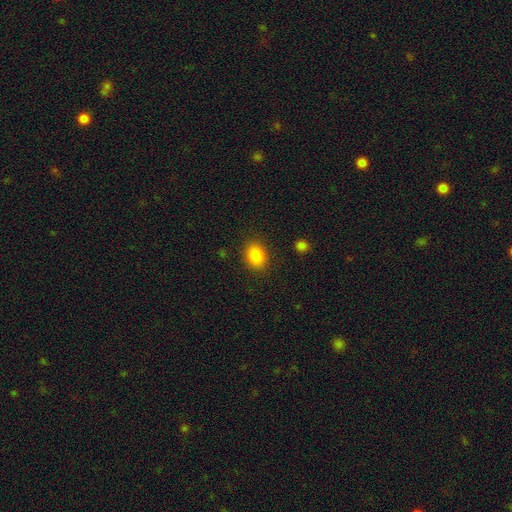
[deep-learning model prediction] Morphology: type=smooth (84%); roundness=in between (66%); merging=none (87%).